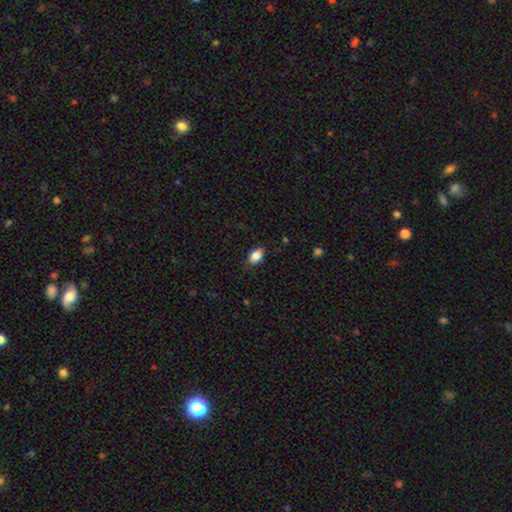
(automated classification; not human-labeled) The model was most divided on "merging": none: 83%, minor disturbance: 14%, major disturbance: 3%, merger: 1%. More confident: smooth or featured — smooth (86%); how rounded — in between (86%).